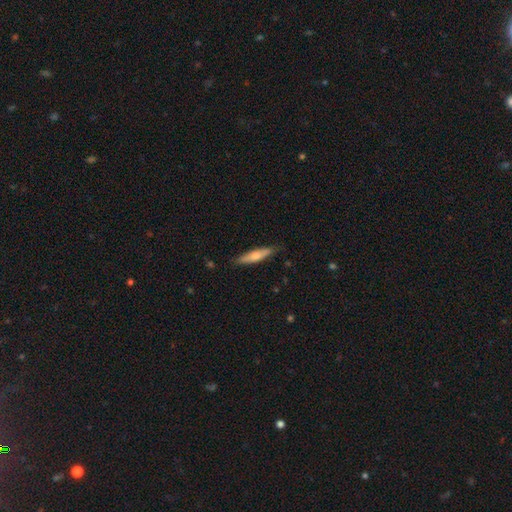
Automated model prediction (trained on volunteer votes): A smooth galaxy with no disk features (62%) that is cigar-shaped (80%).

Vote fractions:
- Smooth or featured? smooth: 62% / featured or disk: 32% / star or artifact: 6%
- How rounded? cigar-shaped: 80% / in between: 18% / round: 2%
- Merging? none: 82% / minor disturbance: 14% / major disturbance: 2% / merger: 1%